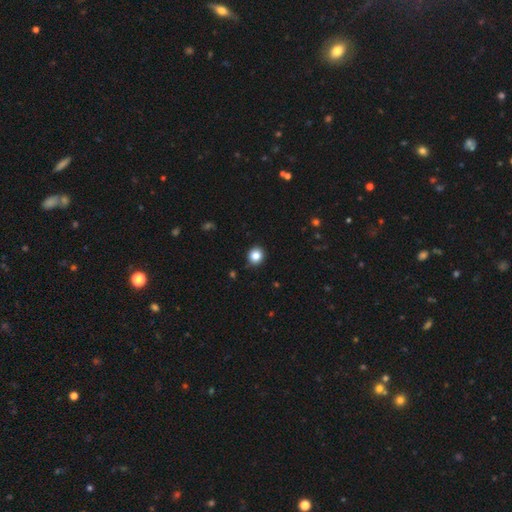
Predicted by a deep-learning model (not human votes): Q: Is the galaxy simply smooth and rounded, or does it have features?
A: smooth — 85%.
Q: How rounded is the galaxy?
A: round — 86%.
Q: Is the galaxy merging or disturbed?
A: none — 90%.